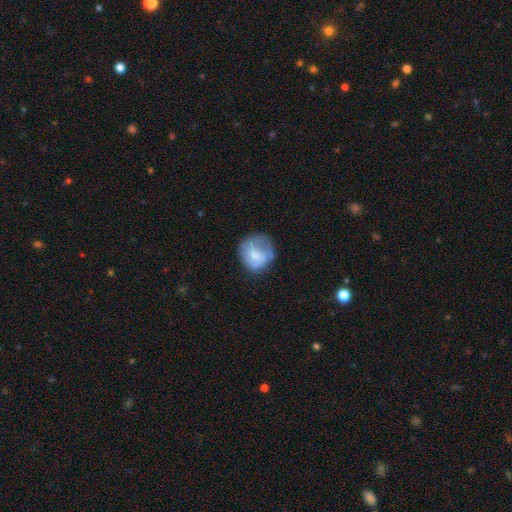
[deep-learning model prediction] A smooth galaxy with no disk features (67%) that is round (80%). Merging: none (54%).